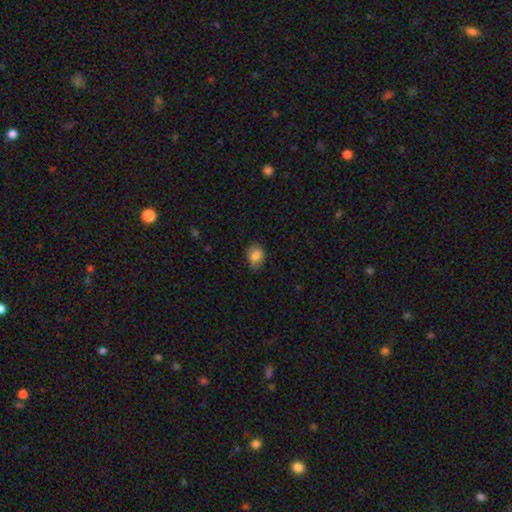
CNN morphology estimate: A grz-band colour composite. It shows a smooth galaxy with no disk features (81%) that is in between round and cigar-shaped (64%). Merging: none (71%).